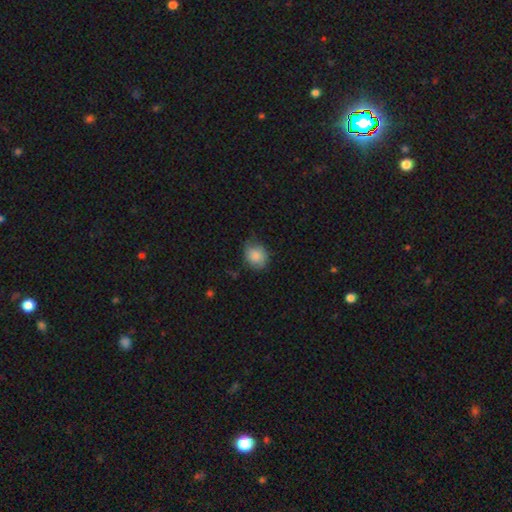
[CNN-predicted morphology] The model was most divided on "how rounded": round: 61%, in between: 38%, cigar-shaped: 1%. More confident: smooth or featured — smooth (84%); merging — none (63%).